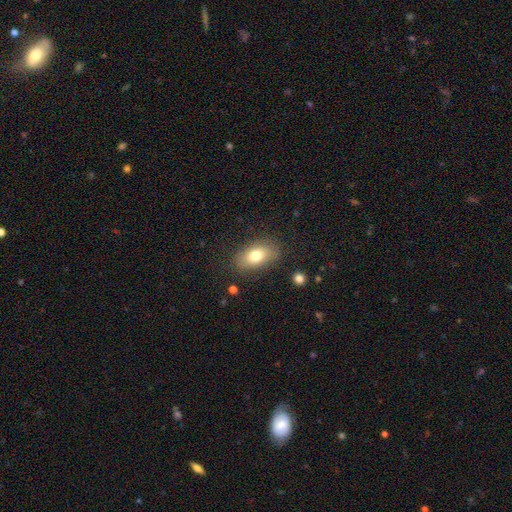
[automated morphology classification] This appears to be a smooth galaxy with no disk features (77%) that is in between round and cigar-shaped (89%). Merging: none (82%).